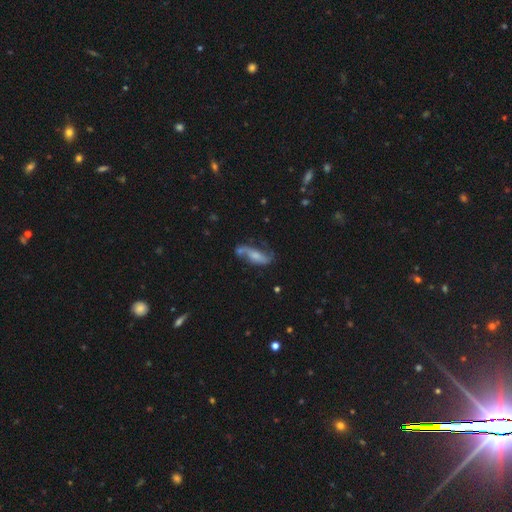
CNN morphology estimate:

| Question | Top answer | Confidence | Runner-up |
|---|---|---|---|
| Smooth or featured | featured or disk | 61% | smooth (31%) |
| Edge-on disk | no | 85% | yes (15%) |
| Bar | no | 54% | weak (31%) |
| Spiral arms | yes | 85% | no (15%) |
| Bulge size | small | 39% | moderate (32%) |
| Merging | none | 49% | minor disturbance (24%) |